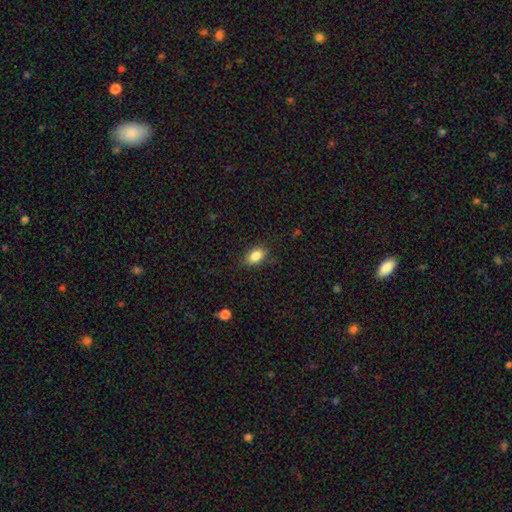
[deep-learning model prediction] Q: Smooth or featured?
A: smooth (86%); runner-up: star or artifact (8%)
Q: How rounded?
A: in between (86%); runner-up: round (12%)
Q: Merging?
A: none (83%); runner-up: minor disturbance (13%)